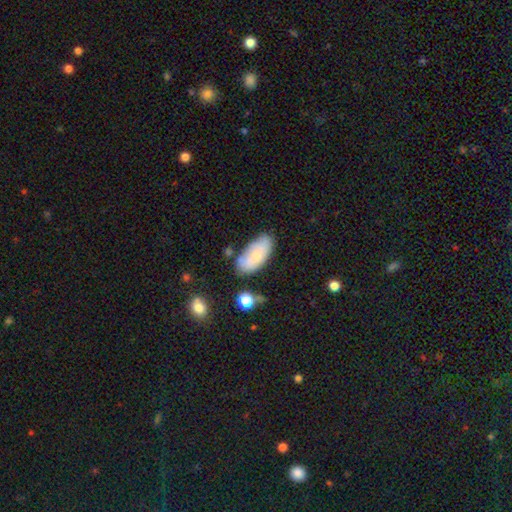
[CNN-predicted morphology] This is likely a smooth galaxy (67%). How rounded: clearly in between (92%). Merging: possibly none (59%).